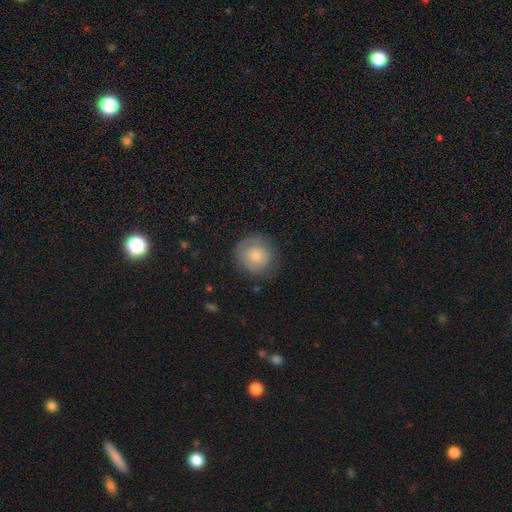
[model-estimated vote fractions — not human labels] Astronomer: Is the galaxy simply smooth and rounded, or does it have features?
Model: smooth — 73%.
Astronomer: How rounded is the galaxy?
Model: round — 90%.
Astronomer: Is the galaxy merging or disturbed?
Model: none — 74%.